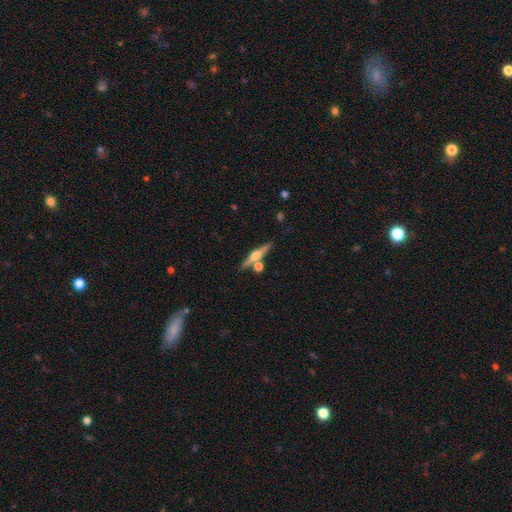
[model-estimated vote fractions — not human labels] Smooth or featured: featured or disk — 71% (smooth — 23%)
Edge-on disk: yes — 97% (no — 3%)
Edge-on bulge: rounded — 94% (boxy — 4%)
Merging: none — 76% (merger — 13%)